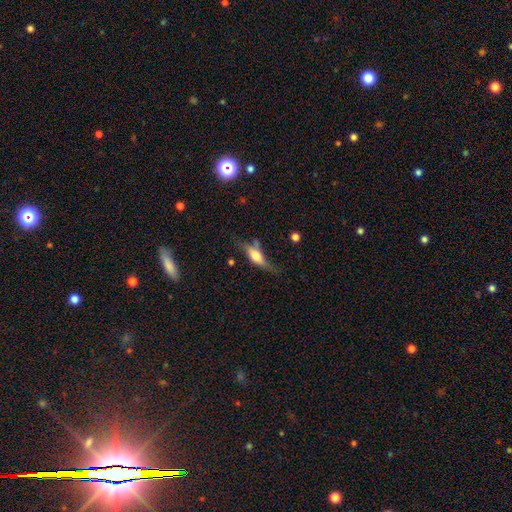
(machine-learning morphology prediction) Overall: smooth (47%; featured or disk 45%). Merging: none (52%; minor disturbance 27%).